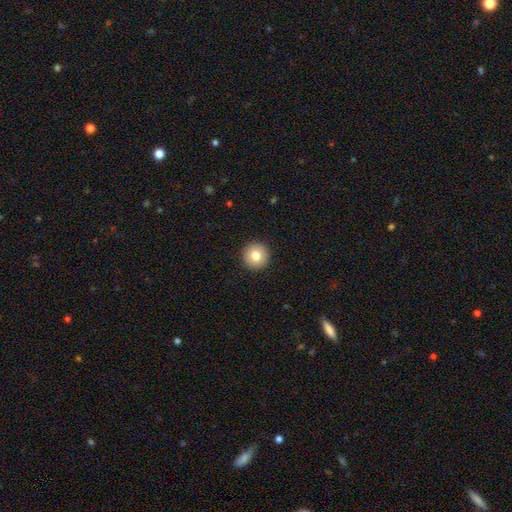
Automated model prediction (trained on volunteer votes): A smooth galaxy with no disk features (80%) that is round (96%).

Vote fractions:
- Smooth or featured? smooth: 80% / featured or disk: 10% / star or artifact: 9%
- How rounded? round: 96% / in between: 3% / cigar-shaped: 1%
- Merging? none: 93% / minor disturbance: 4% / major disturbance: 1% / merger: 1%